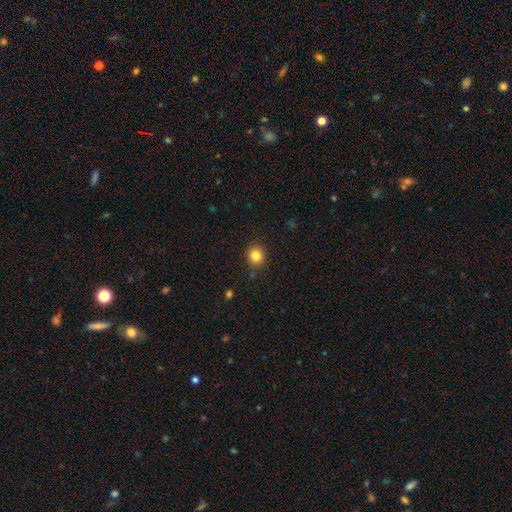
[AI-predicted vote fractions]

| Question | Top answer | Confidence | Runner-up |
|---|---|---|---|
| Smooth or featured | smooth | 84% | star or artifact (11%) |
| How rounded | round | 80% | in between (19%) |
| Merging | none | 87% | minor disturbance (9%) |